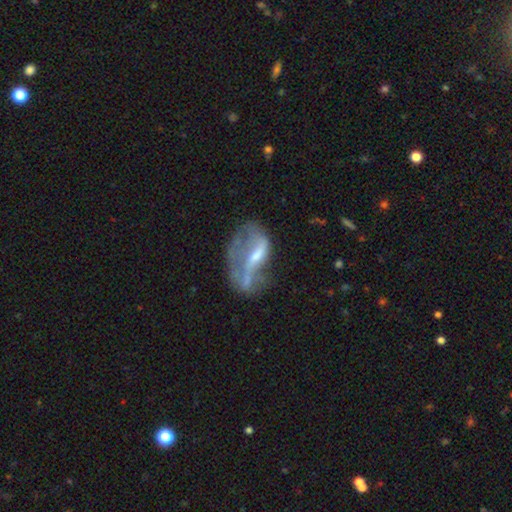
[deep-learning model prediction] Smooth or featured?
  - featured or disk: 63% *
  - smooth: 28%
  - star or artifact: 9%
Edge-on disk?
  - no: 93% *
  - yes: 7%
Bar?
  - weak: 37% * (tied)
  - no: 37% * (tied)
  - strong: 26%
Spiral arms?
  - no: 54% *
  - yes: 46%
Bulge size?
  - small: 40% *
  - moderate: 37%
  - none: 18%
  - large: 4%
  - dominant: 1%
Merging?
  - major disturbance: 41% *
  - none: 27%
  - minor disturbance: 22%
  - merger: 10%